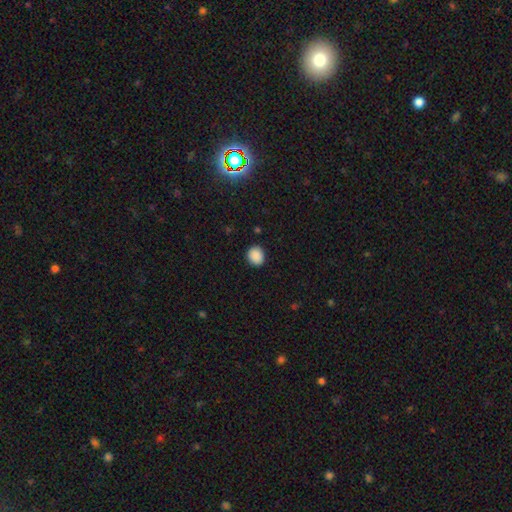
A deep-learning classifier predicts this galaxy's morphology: Overall: smooth (89%). How rounded: round (71%). Merging: none (89%).